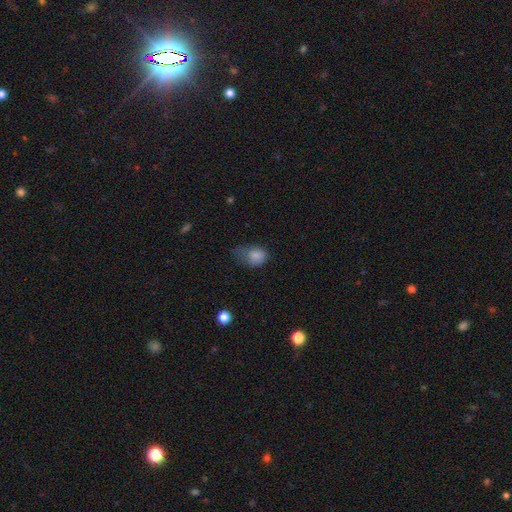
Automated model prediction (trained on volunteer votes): This appears to be a smooth galaxy with no disk features (81%) that is in between round and cigar-shaped (62%). Merging: minor disturbance (39%).